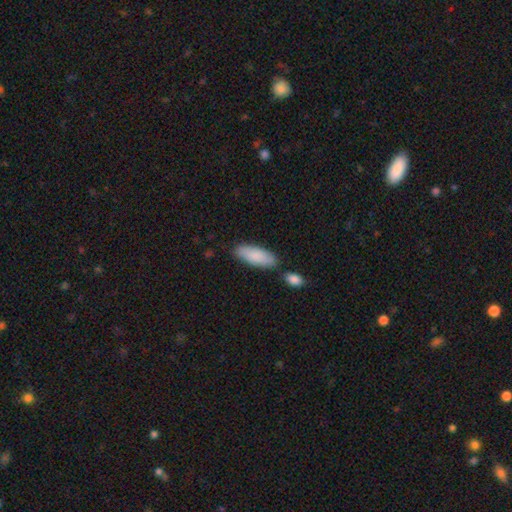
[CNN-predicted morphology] Smooth or featured? smooth (86%)
How rounded? in between (70%)
Merging? none (73%)